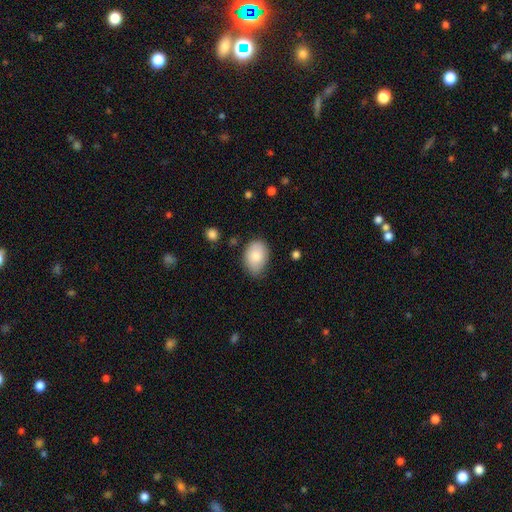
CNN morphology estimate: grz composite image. It shows a smooth galaxy with no disk features (83%) that is in between round and cigar-shaped (82%). Merging: none (71%).